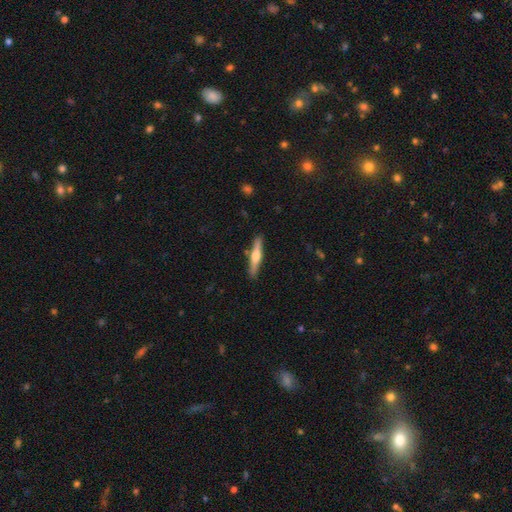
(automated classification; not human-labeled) Smooth or featured: featured or disk — 60% (smooth — 34%)
Edge-on disk: yes — 97% (no — 3%)
Edge-on bulge: rounded — 90% (boxy — 5%)
Merging: none — 87% (minor disturbance — 9%)